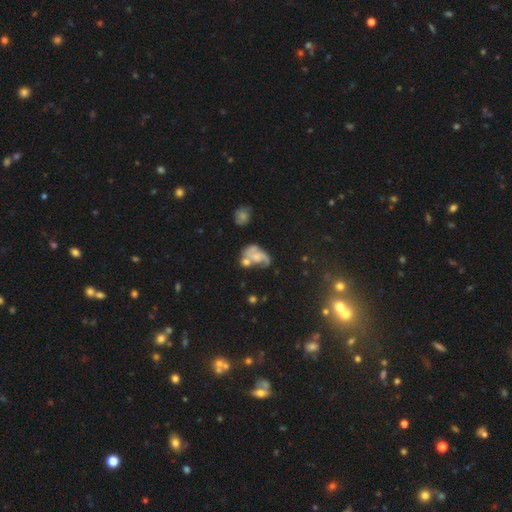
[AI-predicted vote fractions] A featured or disk galaxy (61%) with no bar (74%), spiral arms (75%) and no central bulge (41%).

Vote fractions:
- Smooth or featured? featured or disk: 61% / smooth: 28% / star or artifact: 12%
- Edge-on disk? no: 98% / yes: 2%
- Bar? no: 74% / weak: 22% / strong: 5%
- Spiral arms? yes: 75% / no: 25%
- Bulge size? none: 41% / small: 24% / moderate: 23% / large: 9% / dominant: 3%
- Merging? merger: 31% / none: 26% / major disturbance: 24% / minor disturbance: 18%